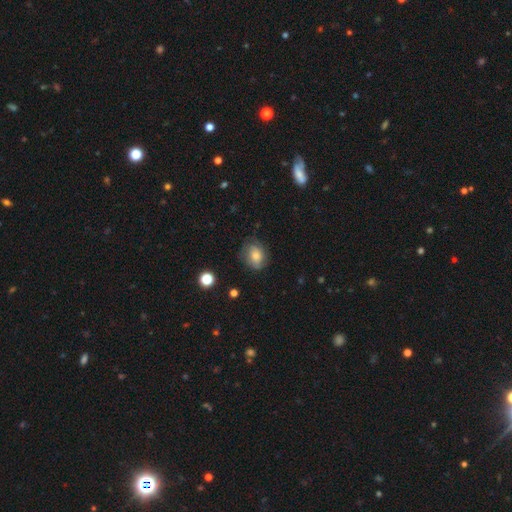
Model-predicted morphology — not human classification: Smooth or featured? Predicted: smooth (p=0.58). How rounded? Predicted: round (p=0.53). Merging? Predicted: none (p=0.70).